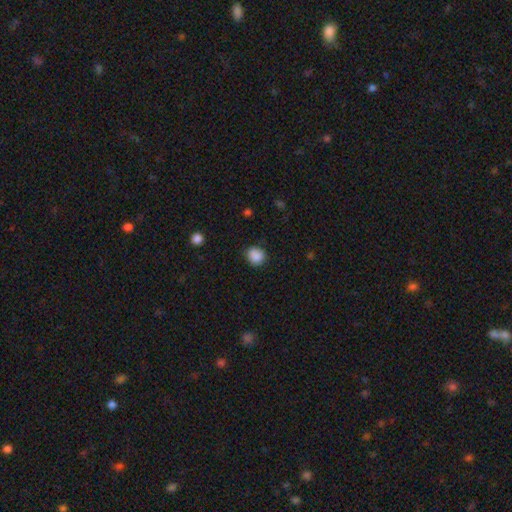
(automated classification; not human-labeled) smooth-or-featured: smooth: 88% | star or artifact: 9% | featured or disk: 3%
  how-rounded: round: 80% | in between: 19% | cigar-shaped: 1%
  merging: none: 83% | minor disturbance: 13% | major disturbance: 3% | merger: 1%